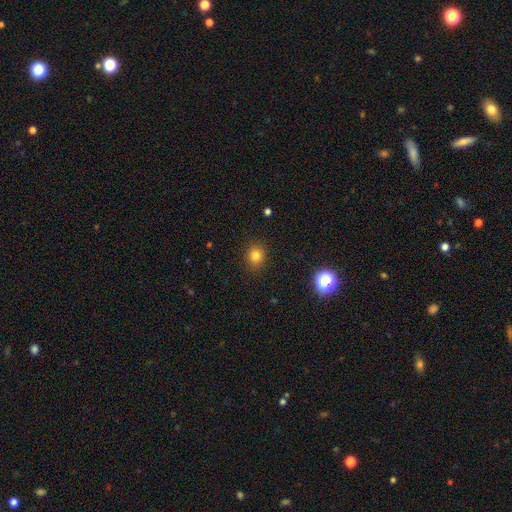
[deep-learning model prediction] This appears to be a smooth galaxy with no disk features (79%) that is round (81%). Merging: none (90%).